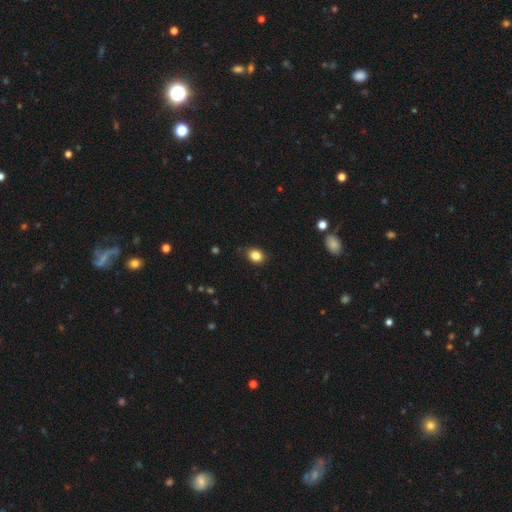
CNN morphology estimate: Smooth or featured: smooth — 85% (star or artifact — 10%)
How rounded: in between — 50% (round — 49%)
Merging: none — 83% (minor disturbance — 13%)